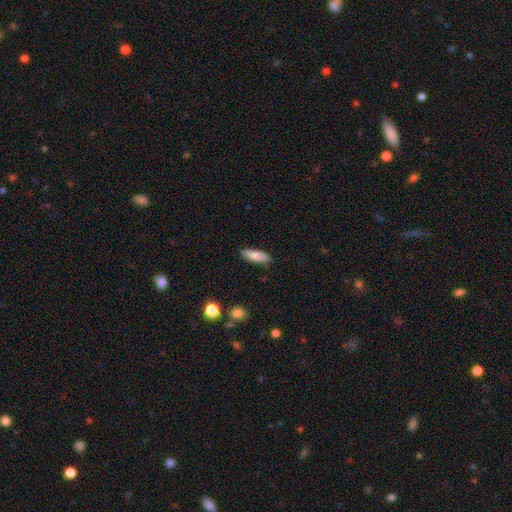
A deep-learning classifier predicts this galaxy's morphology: smooth 84%, featured or disk 9%, star or artifact 6%. Down the decision tree: how rounded — in between (60%); merging — none (87%).